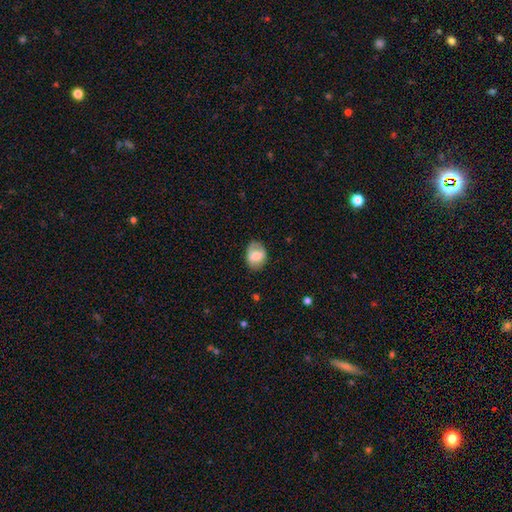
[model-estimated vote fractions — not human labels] smooth-or-featured: smooth: 71% | featured or disk: 22% | star or artifact: 8%
  how-rounded: in between: 69% | round: 30% | cigar-shaped: 1%
  merging: none: 73% | minor disturbance: 20% | major disturbance: 6% | merger: 1%